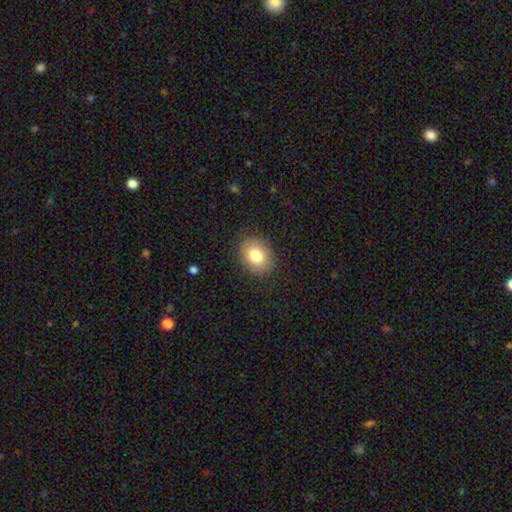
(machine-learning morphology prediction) A smooth galaxy with no disk features (80%) that is in between round and cigar-shaped (56%).

Vote fractions:
- Smooth or featured? smooth: 80% / featured or disk: 11% / star or artifact: 9%
- How rounded? in between: 56% / round: 43% / cigar-shaped: 1%
- Merging? none: 86% / minor disturbance: 10% / major disturbance: 3% / merger: 1%